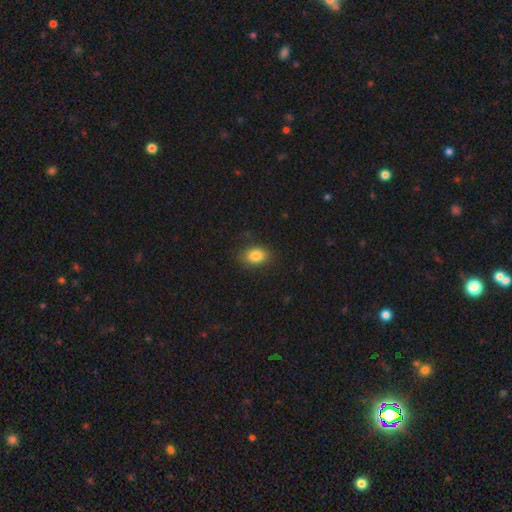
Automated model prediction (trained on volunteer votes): smooth-or-featured: smooth: 85% | star or artifact: 9% | featured or disk: 6%
  how-rounded: in between: 74% | round: 25% | cigar-shaped: 1%
  merging: none: 84% | minor disturbance: 12% | major disturbance: 3% | merger: 1%